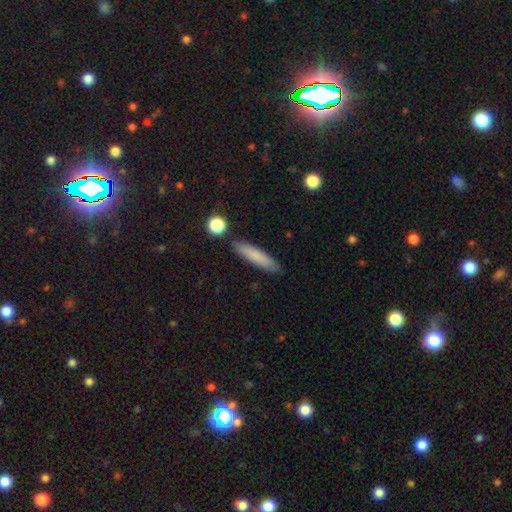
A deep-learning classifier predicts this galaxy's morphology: This is clearly a smooth galaxy (81%). How rounded: clearly cigar-shaped (85%). Merging: clearly none (87%).